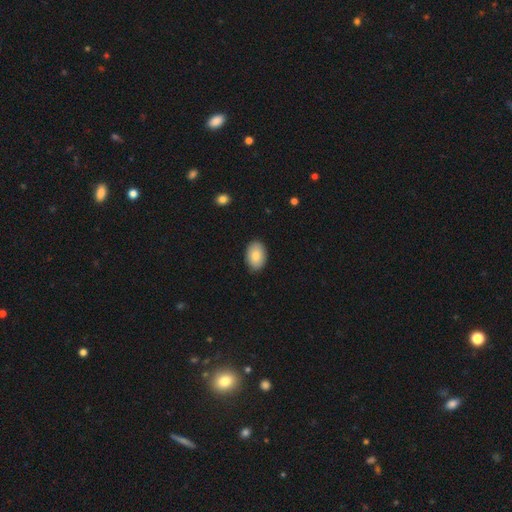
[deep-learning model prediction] A smooth galaxy with no disk features (84%) that is in between round and cigar-shaped (88%). Merging: none (88%).